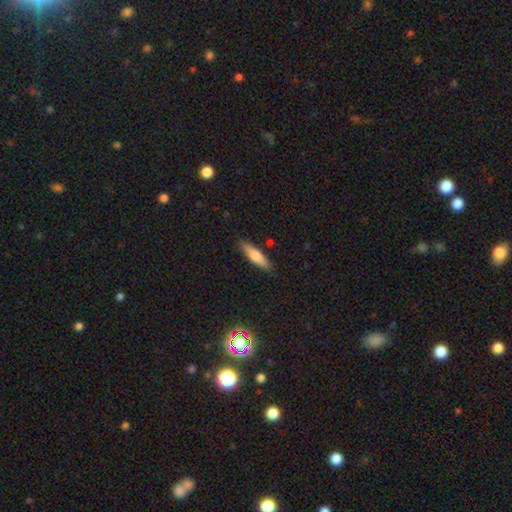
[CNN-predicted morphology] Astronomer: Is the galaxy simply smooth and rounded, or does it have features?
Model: smooth — 69%.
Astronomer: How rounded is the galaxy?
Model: cigar-shaped — 71%.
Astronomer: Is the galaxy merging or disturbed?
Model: none — 87%.